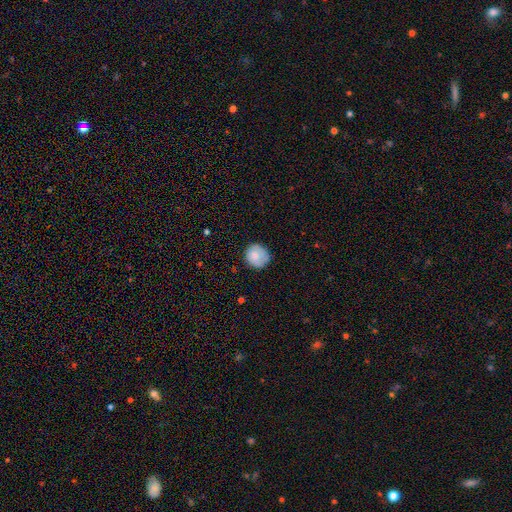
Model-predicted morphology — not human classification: Smooth or featured: smooth — 80% (featured or disk — 13%)
How rounded: round — 88% (in between — 11%)
Merging: none — 77% (minor disturbance — 18%)